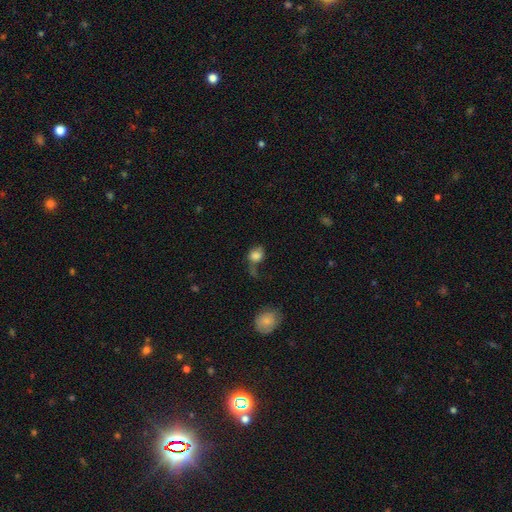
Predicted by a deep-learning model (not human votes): A smooth galaxy with no disk features (76%) that is round (60%).

Vote fractions:
- Smooth or featured? smooth: 76% / featured or disk: 13% / star or artifact: 10%
- How rounded? round: 60% / in between: 39% / cigar-shaped: 1%
- Merging? major disturbance: 32% / none: 31% / minor disturbance: 22% / merger: 16%